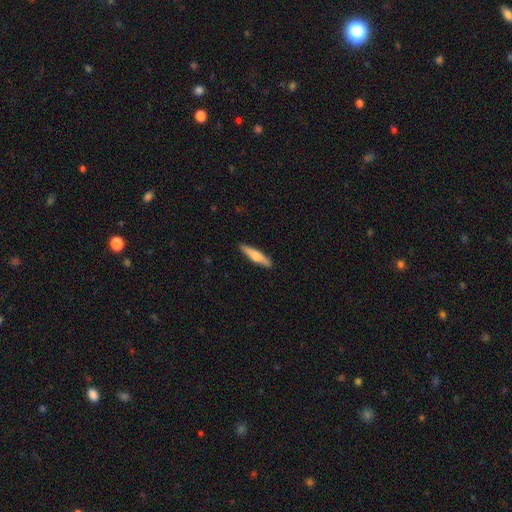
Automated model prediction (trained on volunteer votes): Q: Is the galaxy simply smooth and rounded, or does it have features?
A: smooth — 51%.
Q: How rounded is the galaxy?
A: cigar-shaped — 84%.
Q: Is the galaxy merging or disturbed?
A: none — 90%.